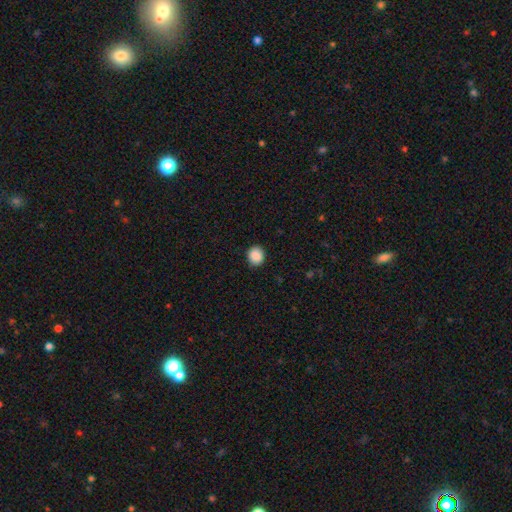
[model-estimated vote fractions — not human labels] smooth 89%, star or artifact 8%, featured or disk 2%. Down the decision tree: how rounded — round (80%); merging — none (89%).